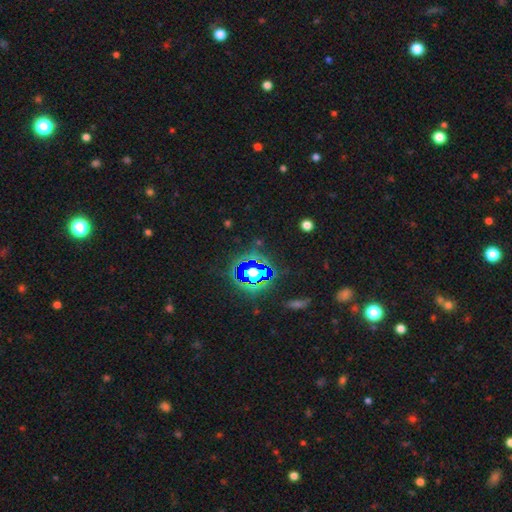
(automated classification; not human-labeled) smooth_or_featured: star or artifact (p=0.82) [alt: smooth p=0.11]